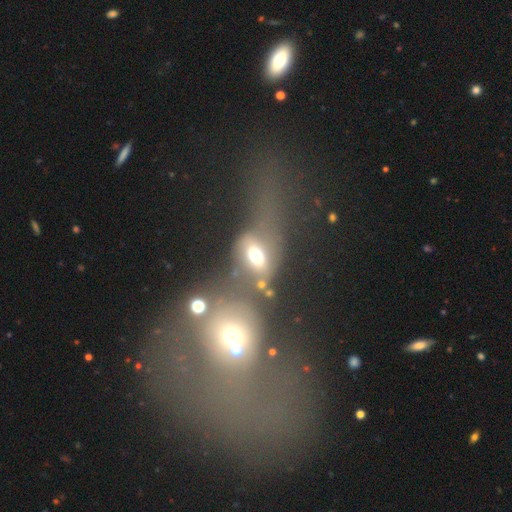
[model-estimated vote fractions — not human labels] This appears to be a smooth galaxy with no disk features (56%) that is in between round and cigar-shaped (70%). Merging: none (36%).